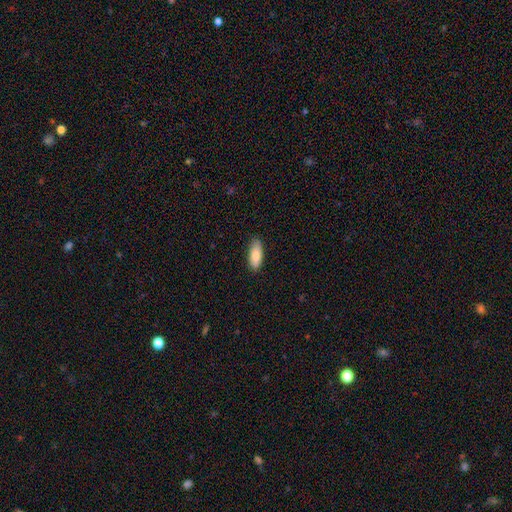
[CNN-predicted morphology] A smooth galaxy with no disk features (82%) that is in between round and cigar-shaped (83%).

Vote fractions:
- Smooth or featured? smooth: 82% / featured or disk: 12% / star or artifact: 6%
- How rounded? in between: 83% / cigar-shaped: 15% / round: 2%
- Merging? none: 85% / minor disturbance: 12% / major disturbance: 2% / merger: 1%